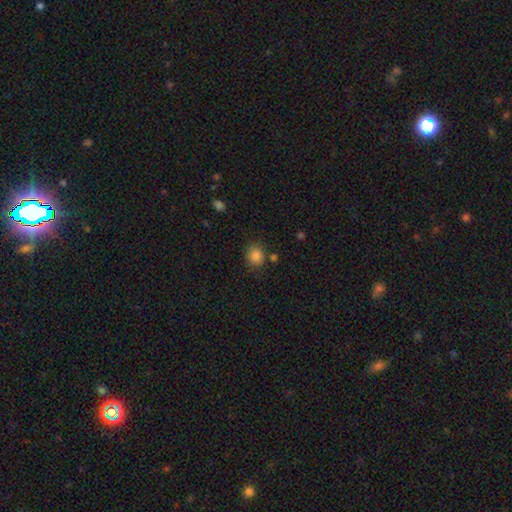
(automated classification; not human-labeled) Smooth or featured? Predicted: smooth (p=0.85). How rounded? Predicted: round (p=0.72). Merging? Predicted: none (p=0.78).